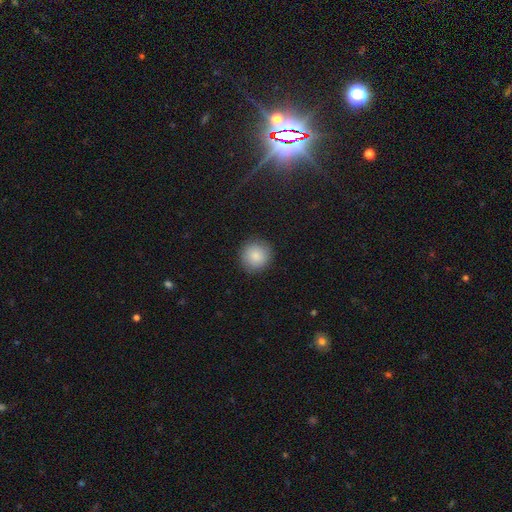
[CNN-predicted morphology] Overall: smooth (87%). How rounded: round (93%). Merging: none (90%).